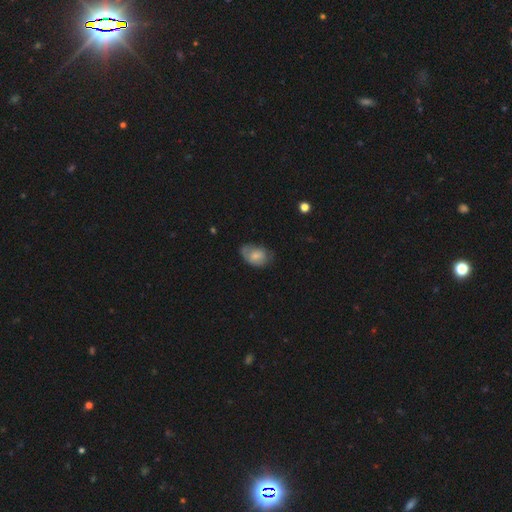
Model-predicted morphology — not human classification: A smooth galaxy with no disk features (69%) that is in between round and cigar-shaped (83%). Merging: none (49%).